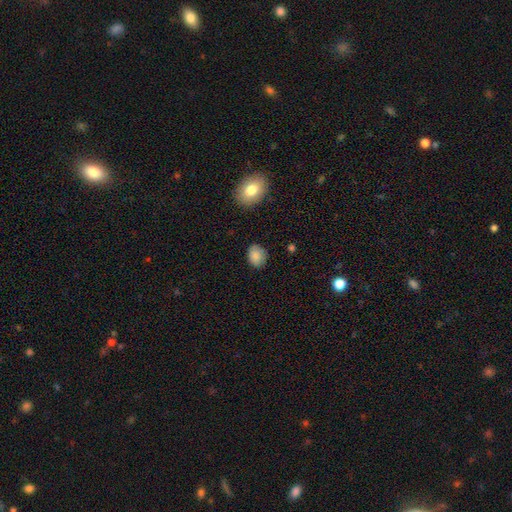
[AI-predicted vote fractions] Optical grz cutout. It shows a smooth galaxy with no disk features (86%) that is in between round and cigar-shaped (55%). Merging: none (81%).